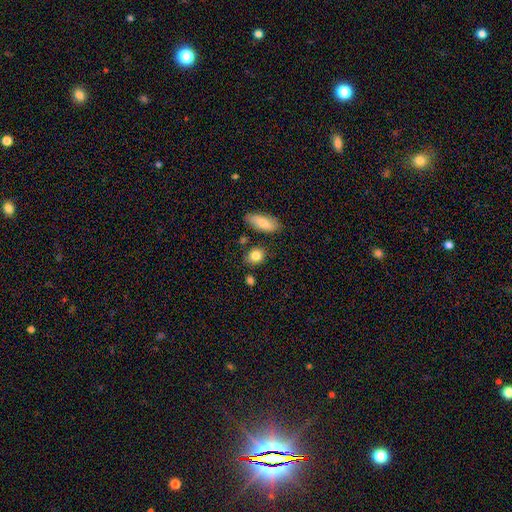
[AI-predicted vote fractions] Overall: smooth (84%). How rounded: round (49%; in between 48%). Merging: none (78%).